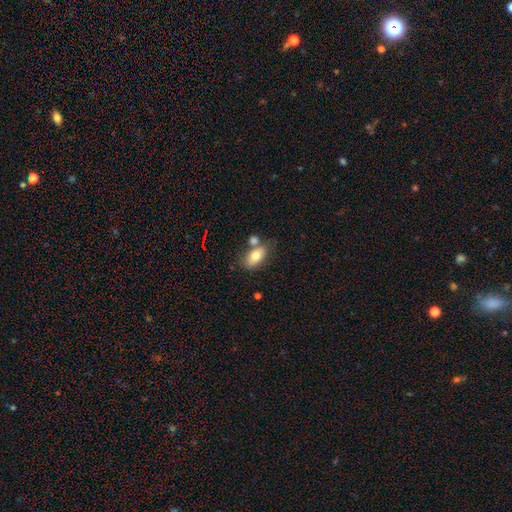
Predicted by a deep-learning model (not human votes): Smooth or featured: smooth — 75% (featured or disk — 17%)
How rounded: in between — 89% (round — 7%)
Merging: none — 55% (merger — 26%)